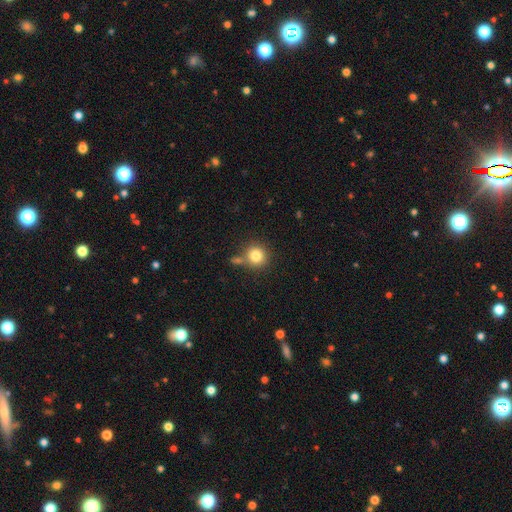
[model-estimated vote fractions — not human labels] smooth 81%, star or artifact 11%, featured or disk 8%. Down the decision tree: how rounded — round (91%); merging — none (68%).